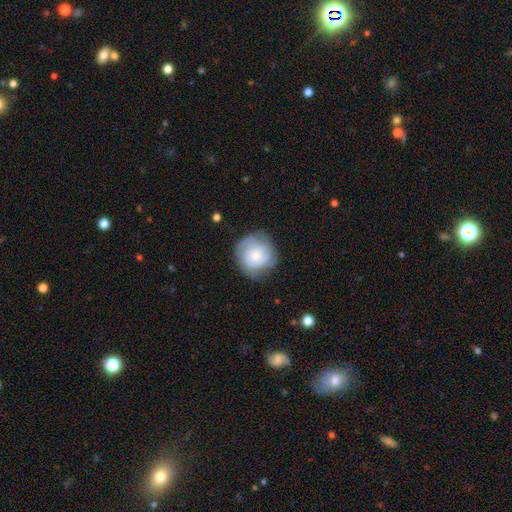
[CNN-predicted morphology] Smooth or featured? Predicted: featured or disk (p=0.54). Edge-on disk? Predicted: no (p=0.98). Bar? Predicted: no (p=0.79). Spiral arms? Predicted: yes (p=0.82). Bulge size? Predicted: small (p=0.50). Merging? Predicted: none (p=0.72).